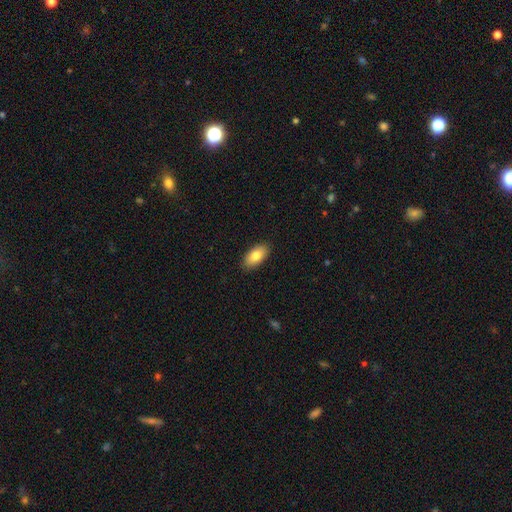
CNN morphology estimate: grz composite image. It shows a smooth galaxy with no disk features (81%) that is in between round and cigar-shaped (92%). Merging: none (89%).